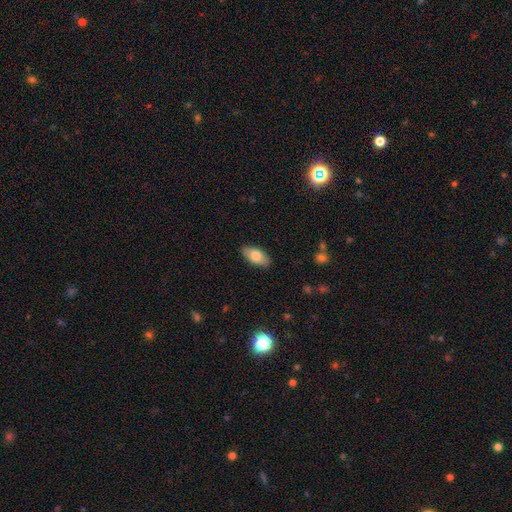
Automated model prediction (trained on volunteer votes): Smooth or featured? Predicted: smooth (p=0.76). How rounded? Predicted: in between (p=0.92). Merging? Predicted: none (p=0.88).